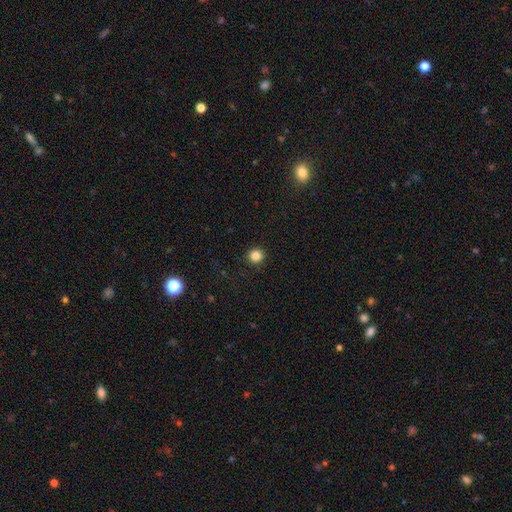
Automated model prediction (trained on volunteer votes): Smooth or featured? smooth (85%)
How rounded? round (92%)
Merging? none (92%)